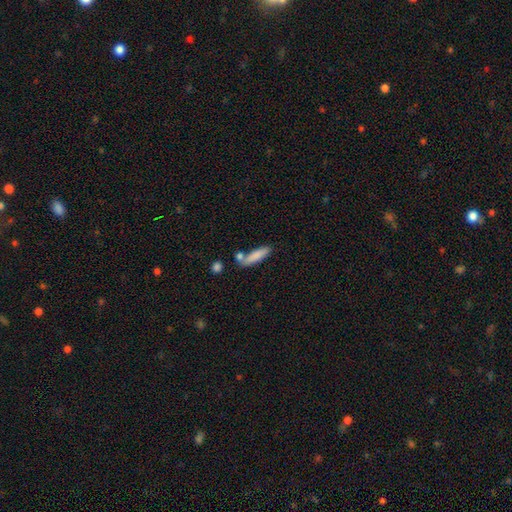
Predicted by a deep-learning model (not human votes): A smooth galaxy with no disk features (82%) that is cigar-shaped (66%).

Vote fractions:
- Smooth or featured? smooth: 82% / featured or disk: 12% / star or artifact: 7%
- How rounded? cigar-shaped: 66% / in between: 32% / round: 2%
- Merging? none: 64% / merger: 17% / minor disturbance: 15% / major disturbance: 4%